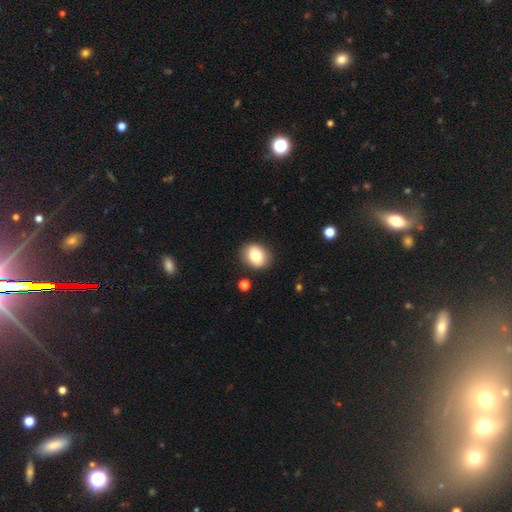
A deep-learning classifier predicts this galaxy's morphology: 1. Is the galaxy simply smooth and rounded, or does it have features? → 80% smooth, 11% featured or disk, 9% star or artifact.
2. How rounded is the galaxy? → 53% round, 46% in between, 1% cigar-shaped.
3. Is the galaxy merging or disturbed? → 87% none, 9% minor disturbance, 2% major disturbance, 2% merger.